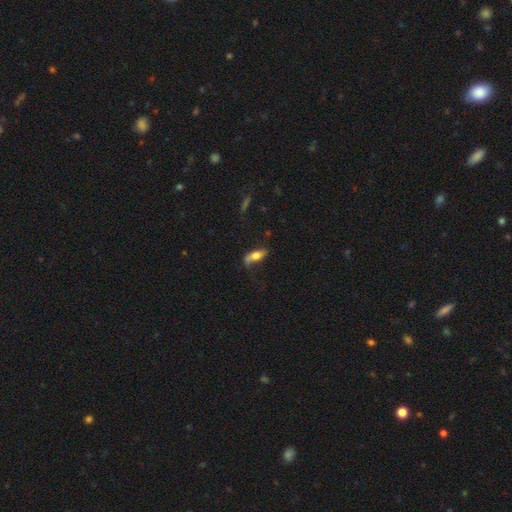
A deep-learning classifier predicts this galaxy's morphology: Smooth or featured: smooth — 61% (featured or disk — 32%)
How rounded: in between — 65% (cigar-shaped — 31%)
Merging: none — 46% (minor disturbance — 28%)